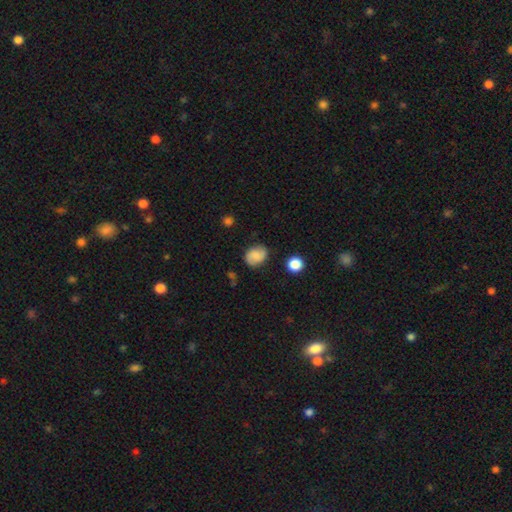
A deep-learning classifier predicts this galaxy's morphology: type=smooth (72%); roundness=in between (52%); merging=none (77%).